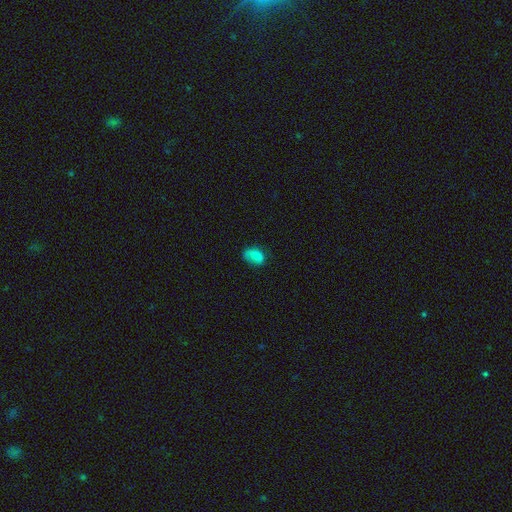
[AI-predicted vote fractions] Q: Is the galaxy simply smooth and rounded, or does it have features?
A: smooth — 81%.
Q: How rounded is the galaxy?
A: in between — 84%.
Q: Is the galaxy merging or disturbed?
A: none — 61%.